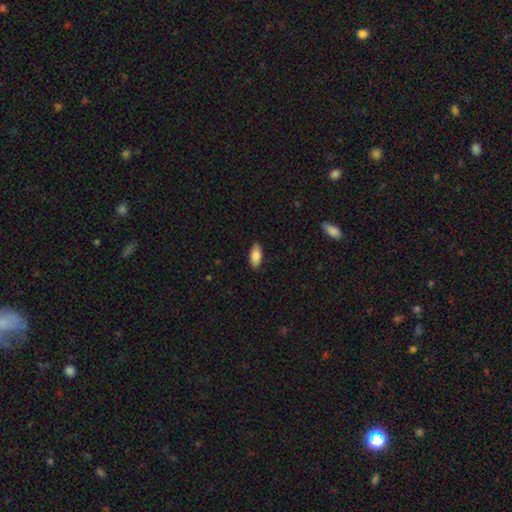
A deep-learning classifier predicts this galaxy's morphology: Overall: smooth (84%). How rounded: in between (88%). Merging: none (87%).